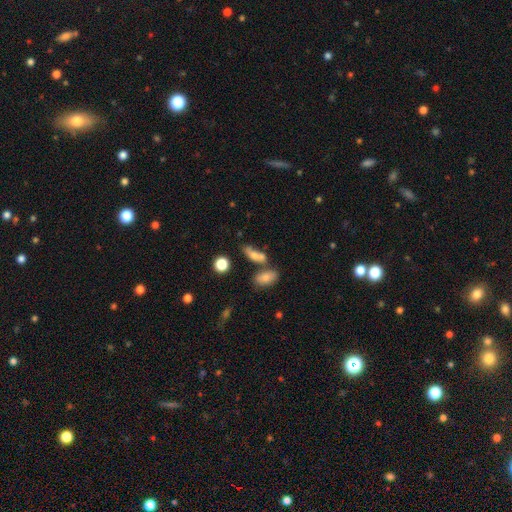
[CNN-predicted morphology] A smooth galaxy with no disk features (68%) that is in between round and cigar-shaped (67%).

Vote fractions:
- Smooth or featured? smooth: 68% / featured or disk: 20% / star or artifact: 12%
- How rounded? in between: 67% / cigar-shaped: 21% / round: 12%
- Merging? none: 42% / merger: 34% / minor disturbance: 15% / major disturbance: 8%